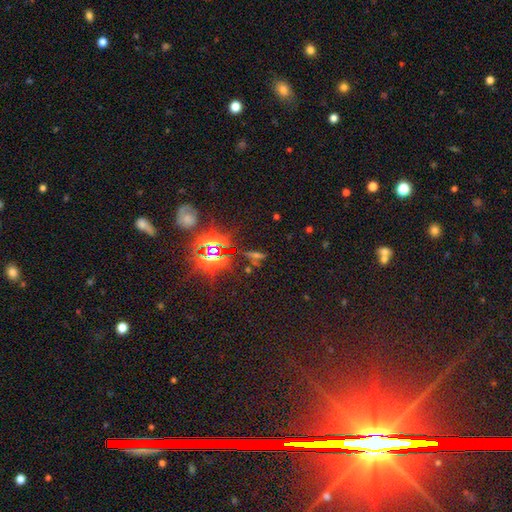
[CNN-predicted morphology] A star or artifact, not a galaxy (62%).